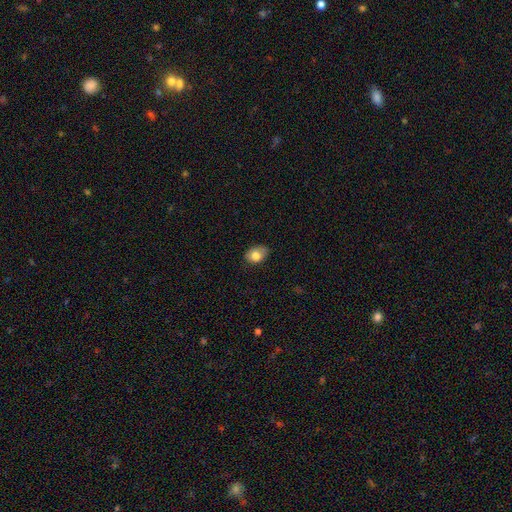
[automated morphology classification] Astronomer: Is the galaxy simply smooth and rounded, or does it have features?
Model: smooth — 80%.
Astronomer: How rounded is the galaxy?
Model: in between — 79%.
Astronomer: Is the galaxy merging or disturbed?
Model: none — 76%.